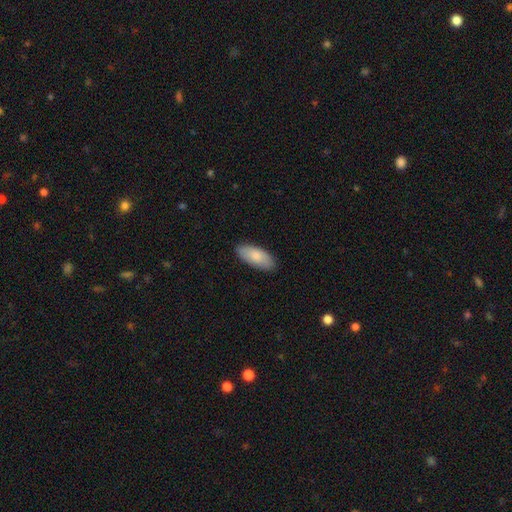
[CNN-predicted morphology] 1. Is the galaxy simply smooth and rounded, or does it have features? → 83% smooth, 11% featured or disk, 5% star or artifact.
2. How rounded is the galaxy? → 86% in between, 12% cigar-shaped, 2% round.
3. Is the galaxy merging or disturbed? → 86% none, 11% minor disturbance, 2% major disturbance, 1% merger.